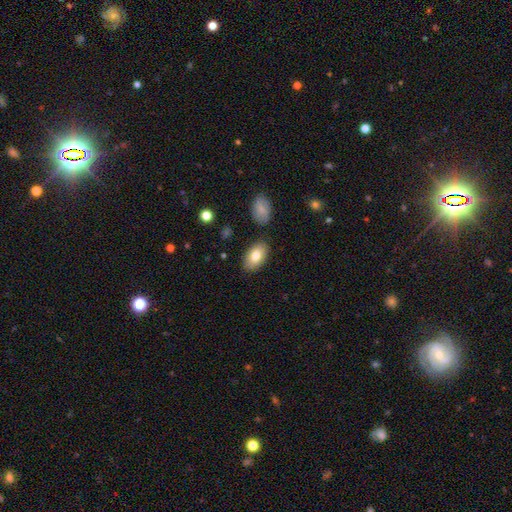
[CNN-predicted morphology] Smooth or featured? smooth (79%)
How rounded? in between (93%)
Merging? none (83%)